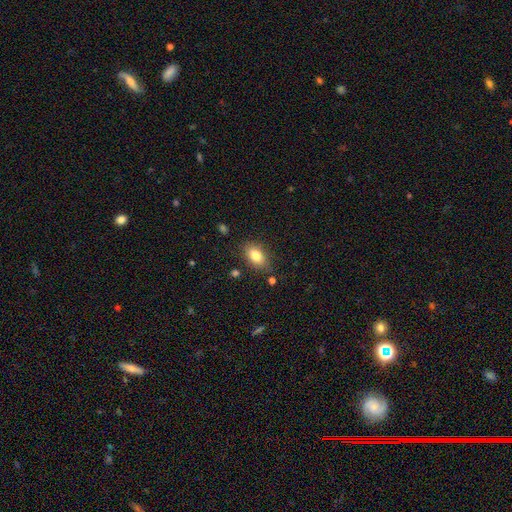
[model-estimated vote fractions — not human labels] smooth_or_featured: smooth (p=0.82) [alt: featured or disk p=0.10]
how_rounded: in between (p=0.87) [alt: round p=0.10]
merging: none (p=0.81) [alt: minor disturbance p=0.13]